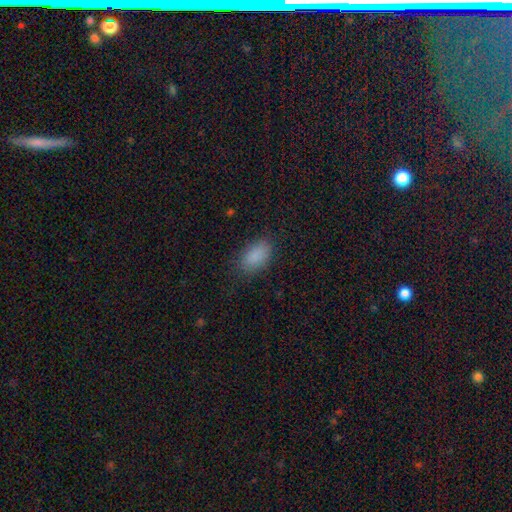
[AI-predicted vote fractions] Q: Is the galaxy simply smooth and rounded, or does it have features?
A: smooth — 87%.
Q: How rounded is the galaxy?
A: in between — 91%.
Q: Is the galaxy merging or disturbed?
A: none — 81%.